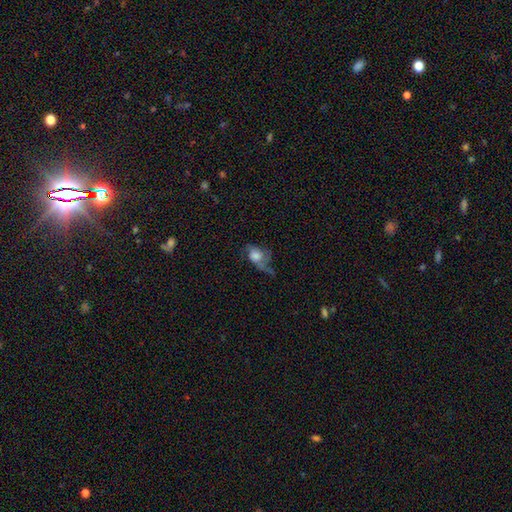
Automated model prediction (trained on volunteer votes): The model was most divided on "smooth or featured": smooth: 49%, featured or disk: 41%, star or artifact: 10%. Remaining: merging — major disturbance (44%).